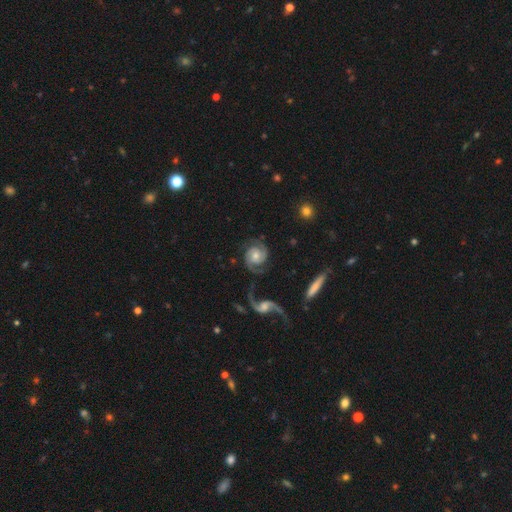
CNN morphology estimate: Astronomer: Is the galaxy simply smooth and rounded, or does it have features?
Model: featured or disk — 87%.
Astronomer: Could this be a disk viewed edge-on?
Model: no — 97%.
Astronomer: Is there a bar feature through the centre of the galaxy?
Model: no — 67%.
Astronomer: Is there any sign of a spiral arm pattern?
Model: yes — 97%.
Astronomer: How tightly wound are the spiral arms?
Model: medium — 47% (runner-up: tight, 35%).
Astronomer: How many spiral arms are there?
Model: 2 — 90%.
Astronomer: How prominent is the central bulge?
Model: moderate — 53% (runner-up: small, 37%).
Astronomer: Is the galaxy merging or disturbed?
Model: none — 69%.